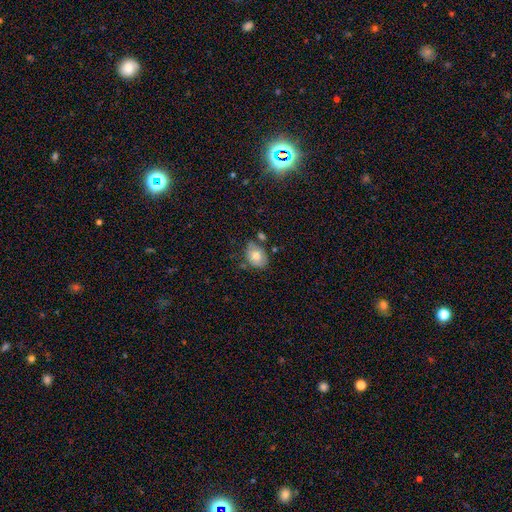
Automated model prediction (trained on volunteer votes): Morphology: type=smooth (72%); roundness=in between (74%); merging=none (56%).